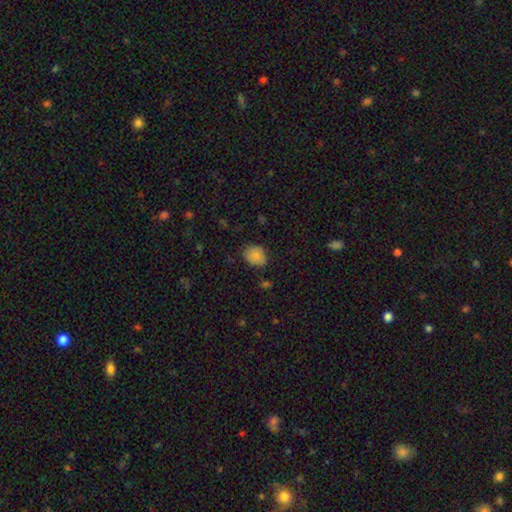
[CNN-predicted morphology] smooth-or-featured: smooth: 83% | star or artifact: 9% | featured or disk: 8%
  how-rounded: in between: 54% | round: 45% | cigar-shaped: 1%
  merging: none: 76% | minor disturbance: 19% | major disturbance: 3% | merger: 2%